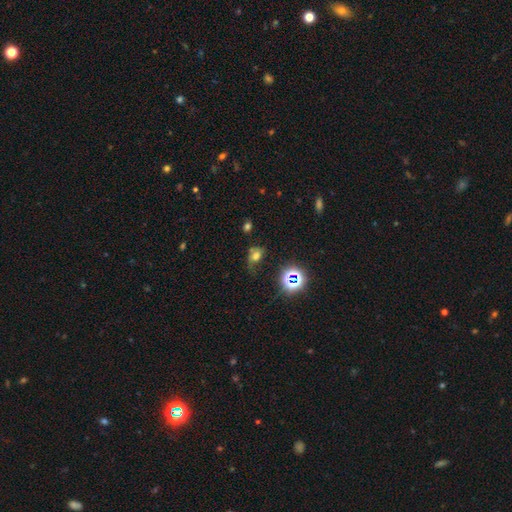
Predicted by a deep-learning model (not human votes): smooth 57%, star or artifact 26%, featured or disk 17%. Down the decision tree: how rounded — in between (65%); merging — none (38%).